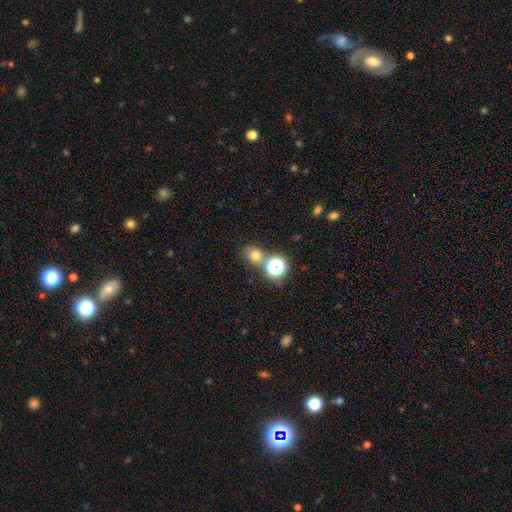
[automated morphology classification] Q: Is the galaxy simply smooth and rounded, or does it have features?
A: smooth — 69%.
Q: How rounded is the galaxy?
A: round — 67%.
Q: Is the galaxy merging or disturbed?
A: none — 63%.